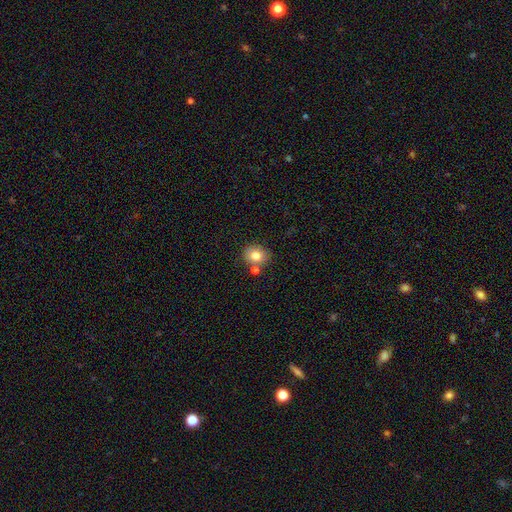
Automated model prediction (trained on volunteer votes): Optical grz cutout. It shows a smooth galaxy with no disk features (81%) that is round (70%). Merging: none (69%).